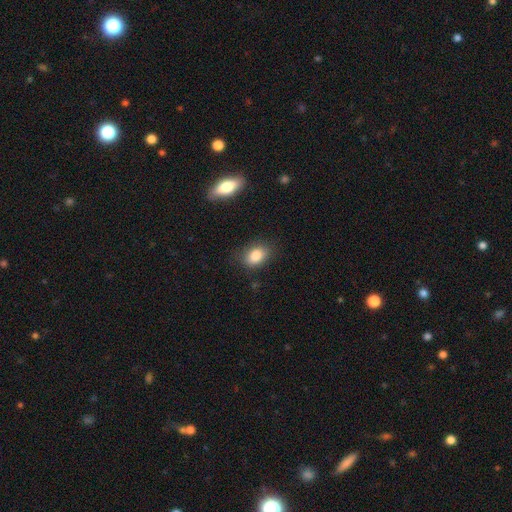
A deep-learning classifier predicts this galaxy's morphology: smooth 85%, star or artifact 9%, featured or disk 7%. Down the decision tree: how rounded — in between (76%); merging — none (80%).